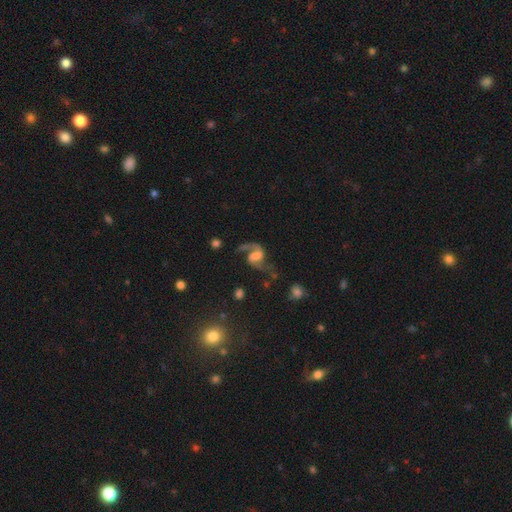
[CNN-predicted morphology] A featured or disk galaxy (84%) with a weak bar (48%), 2 (83%) loose (56%) spiral arms (96%) and a moderate central bulge (31%).

Vote fractions:
- Smooth or featured? featured or disk: 84% / smooth: 9% / star or artifact: 7%
- Edge-on disk? no: 98% / yes: 2%
- Bar? weak: 48% / no: 34% / strong: 18%
- Spiral arms? yes: 96% / no: 4%
- Spiral winding? loose: 56% / medium: 37% / tight: 7%
- Spiral arm count? 2: 83% / 1: 12% / can't tell: 2% / 3: 1% / 4: 1% / more than 4: 1%
- Bulge size? moderate: 31% / large: 30% / none: 20% / small: 16% / dominant: 4%
- Merging? none: 55% / major disturbance: 22% / minor disturbance: 17% / merger: 5%